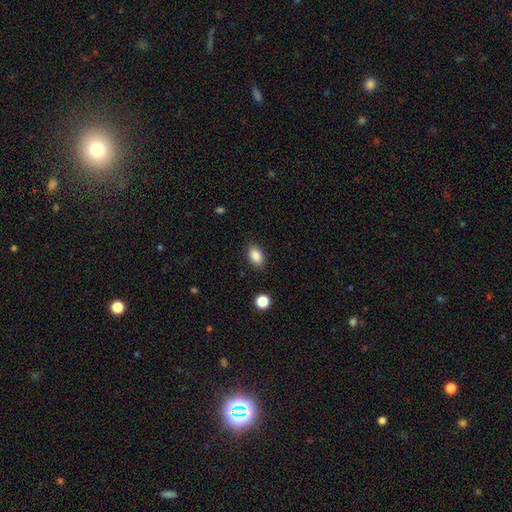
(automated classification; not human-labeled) This appears to be a smooth galaxy with no disk features (87%) that is in between round and cigar-shaped (89%). Merging: none (86%).